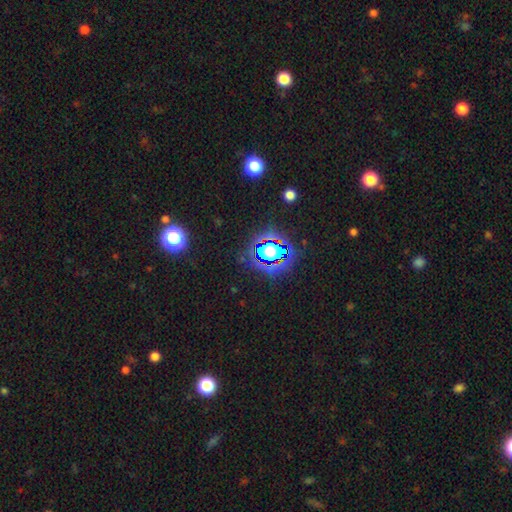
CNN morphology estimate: Smooth or featured? star or artifact (81%)